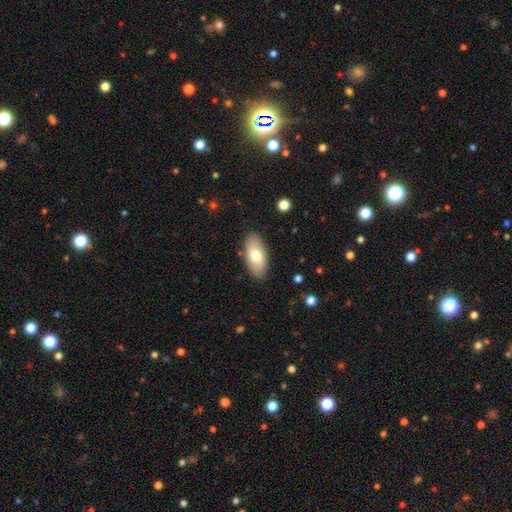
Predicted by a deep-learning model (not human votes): Smooth or featured: smooth — 71% (featured or disk — 23%)
How rounded: in between — 90% (cigar-shaped — 7%)
Merging: none — 87% (minor disturbance — 10%)